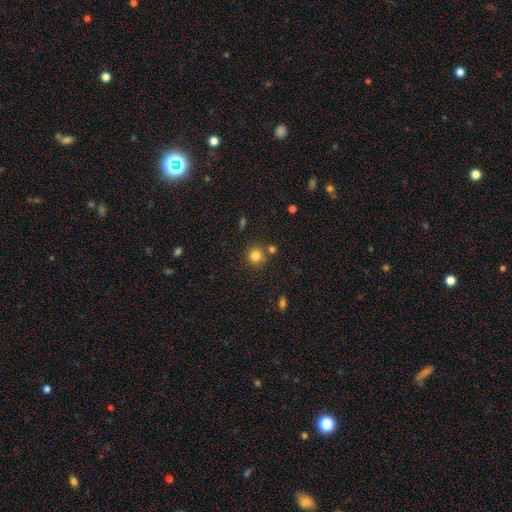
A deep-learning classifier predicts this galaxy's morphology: type=smooth (81%); roundness=round (90%); merging=none (75%).